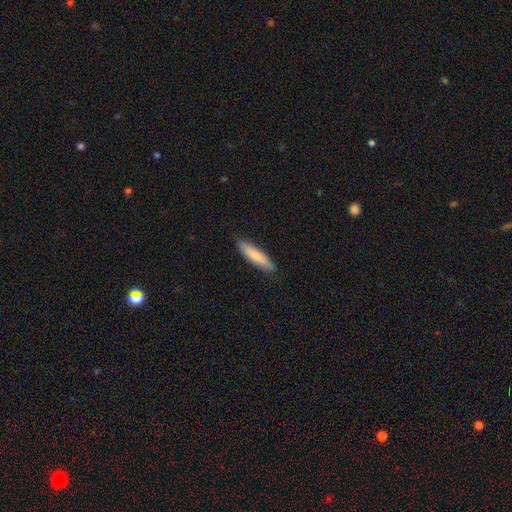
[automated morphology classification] This appears to be a smooth galaxy with no disk features (75%) that is cigar-shaped (72%). Merging: none (87%).